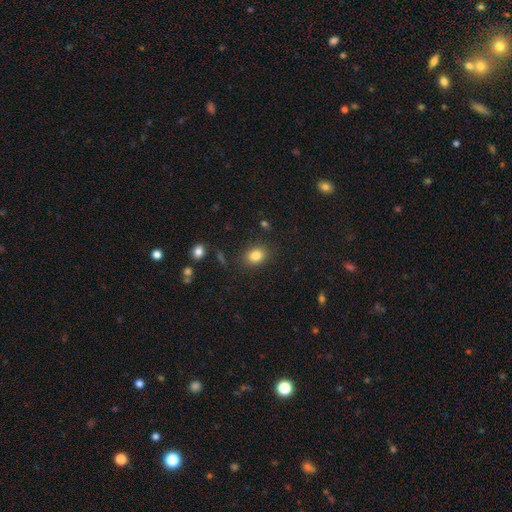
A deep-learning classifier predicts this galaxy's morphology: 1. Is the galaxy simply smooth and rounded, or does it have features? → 83% smooth, 10% star or artifact, 7% featured or disk.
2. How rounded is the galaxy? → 54% in between, 45% round, 1% cigar-shaped.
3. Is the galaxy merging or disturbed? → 86% none, 9% minor disturbance, 3% major disturbance, 2% merger.